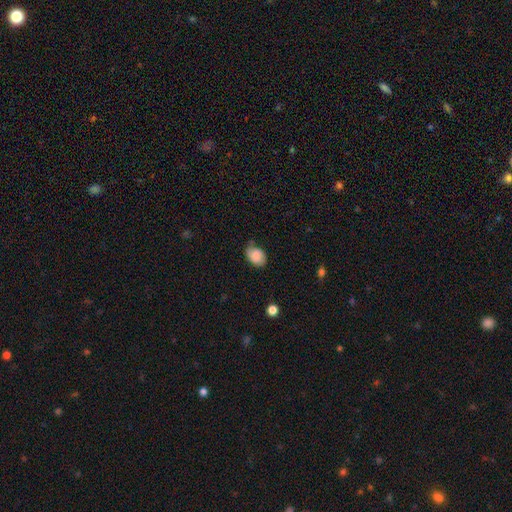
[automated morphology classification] This appears to be a smooth galaxy with no disk features (86%) that is in between round and cigar-shaped (79%). Merging: none (65%).